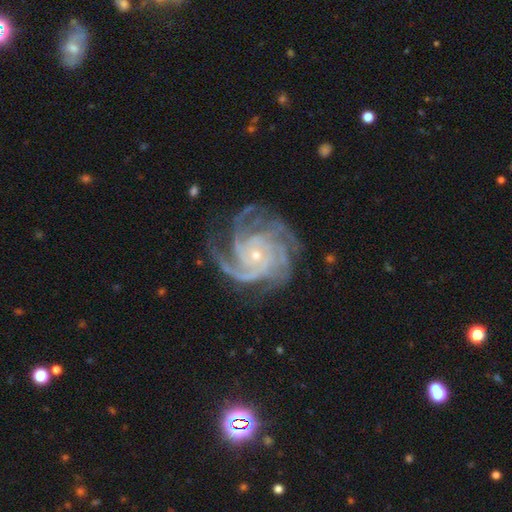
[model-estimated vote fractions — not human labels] Q: Smooth or featured?
A: featured or disk (92%); runner-up: star or artifact (5%)
Q: Edge-on disk?
A: no (98%); runner-up: yes (2%)
Q: Bar?
A: no (76%); runner-up: weak (17%)
Q: Spiral arms?
A: yes (99%); runner-up: no (1%)
Q: Spiral winding?
A: tight (66%); runner-up: medium (30%)
Q: Spiral arm count?
A: 4 (40%); runner-up: more than 4 (19%)
Q: Bulge size?
A: small (81%); runner-up: moderate (15%)
Q: Merging?
A: none (73%); runner-up: minor disturbance (17%)